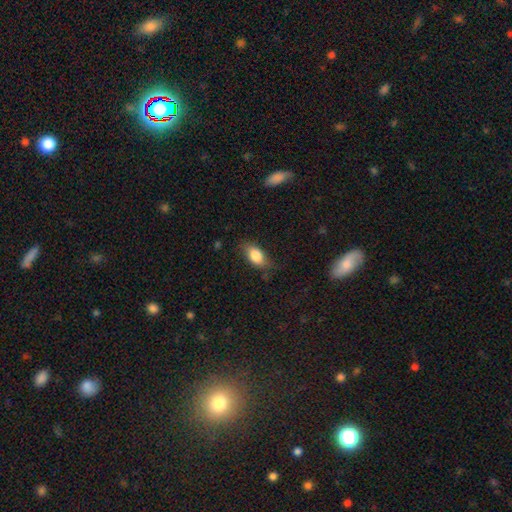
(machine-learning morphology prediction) Smooth or featured? smooth (81%)
How rounded? in between (87%)
Merging? none (73%)